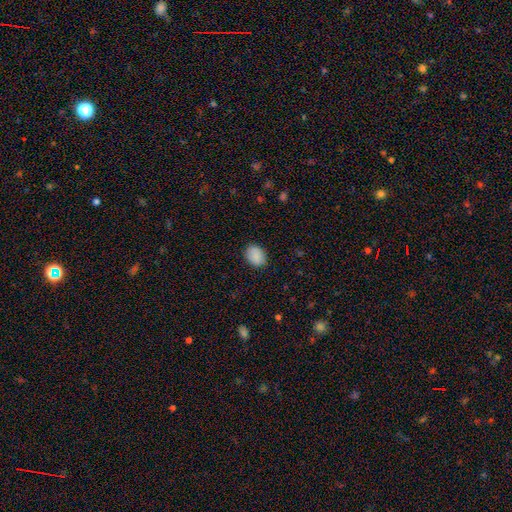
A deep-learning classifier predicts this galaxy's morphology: A smooth galaxy with no disk features (89%) that is in between round and cigar-shaped (67%). Merging: none (87%).